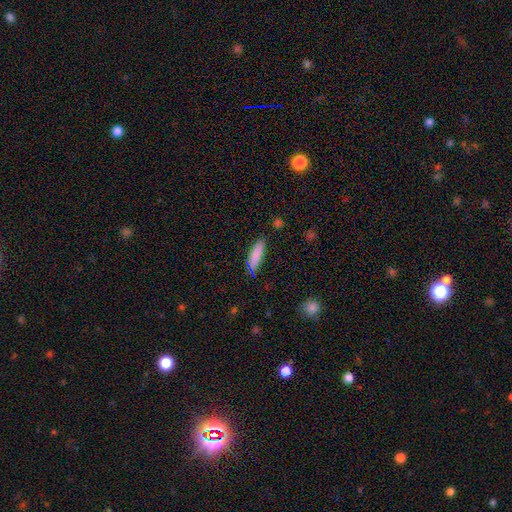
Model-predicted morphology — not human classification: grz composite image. It shows a smooth galaxy with no disk features (84%) that is cigar-shaped (62%). Merging: none (83%).